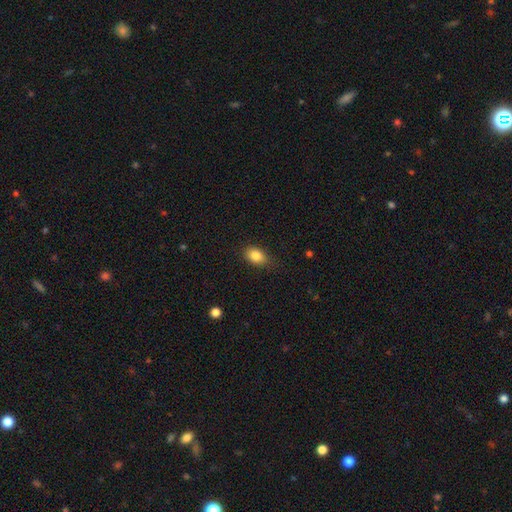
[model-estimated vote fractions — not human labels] A smooth galaxy with no disk features (85%) that is in between round and cigar-shaped (79%). Merging: none (78%).